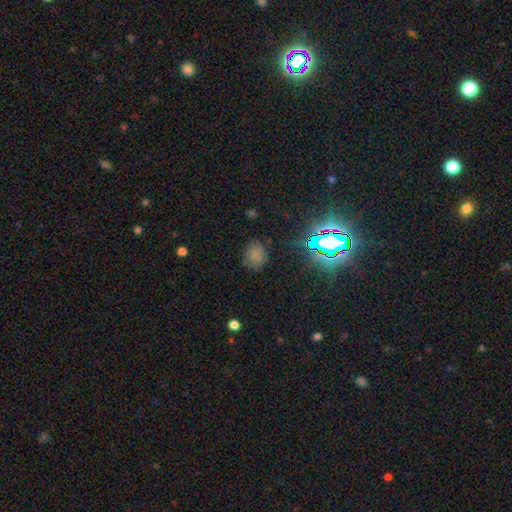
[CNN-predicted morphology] This appears to be a smooth galaxy with no disk features (68%) that is round (67%). Merging: none (76%).